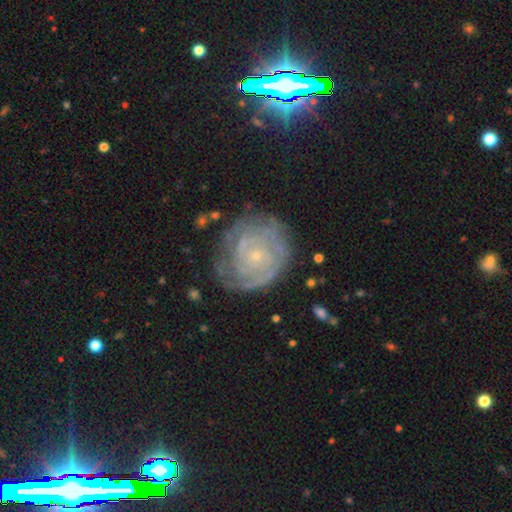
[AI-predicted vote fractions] The model was most divided on "spiral arm count": can't tell: 37%, 2: 22%, 3: 17%, 4: 11%, more than 4: 7%, 1: 6%. More confident: edge-on disk — no (97%); spiral arms — yes (94%); bulge size — small (86%); smooth or featured — featured or disk (81%); bar — no (79%); spiral winding — tight (77%); merging — none (71%).